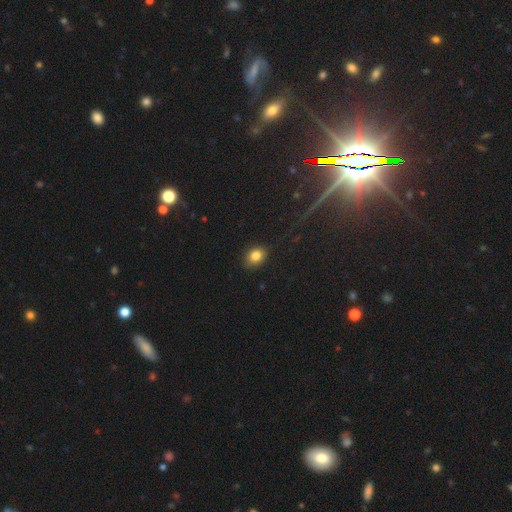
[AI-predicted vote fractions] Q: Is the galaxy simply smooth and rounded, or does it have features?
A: smooth — 83%.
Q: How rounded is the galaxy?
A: in between — 59%.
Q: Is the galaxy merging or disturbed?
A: none — 85%.